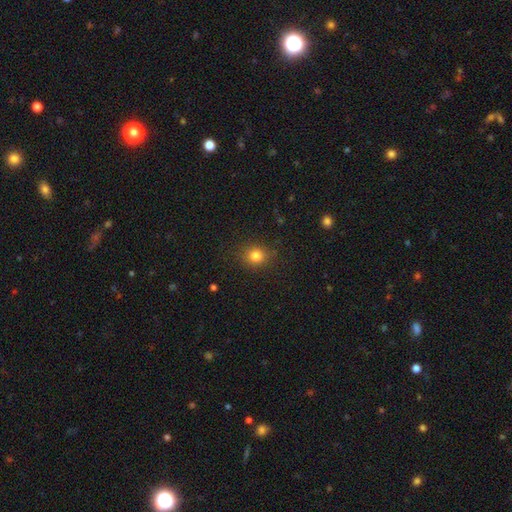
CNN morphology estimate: Smooth or featured? smooth (81%)
How rounded? round (80%)
Merging? none (88%)